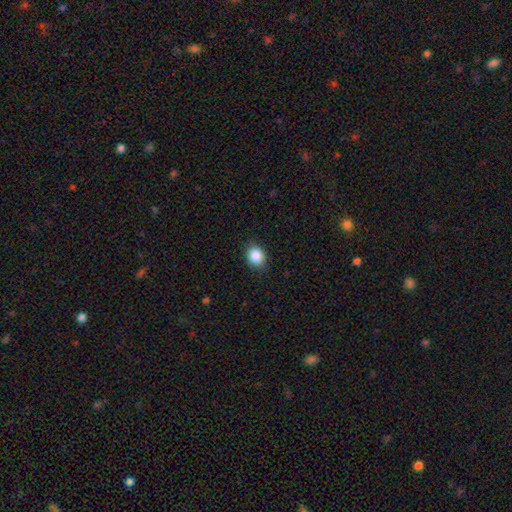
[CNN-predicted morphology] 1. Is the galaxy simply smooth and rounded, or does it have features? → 87% smooth, 9% star or artifact, 4% featured or disk.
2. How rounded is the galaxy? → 54% round, 45% in between, 1% cigar-shaped.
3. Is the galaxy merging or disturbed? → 87% none, 10% minor disturbance, 2% major disturbance, 1% merger.